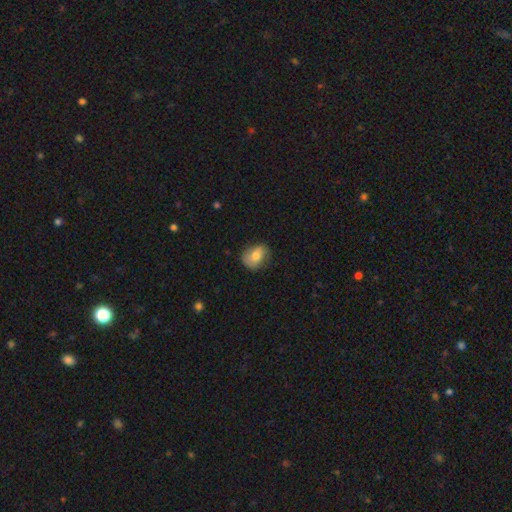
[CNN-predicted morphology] Smooth or featured? Predicted: smooth (p=0.69). How rounded? Predicted: in between (p=0.58). Merging? Predicted: none (p=0.67).